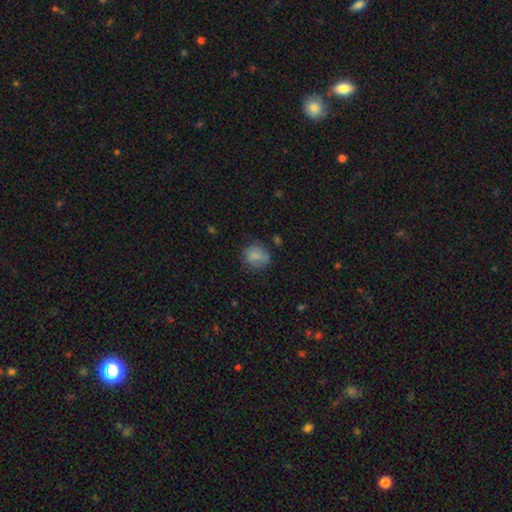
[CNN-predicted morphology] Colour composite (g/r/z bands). It shows a smooth galaxy with no disk features (80%) that is round (67%). Merging: none (68%).